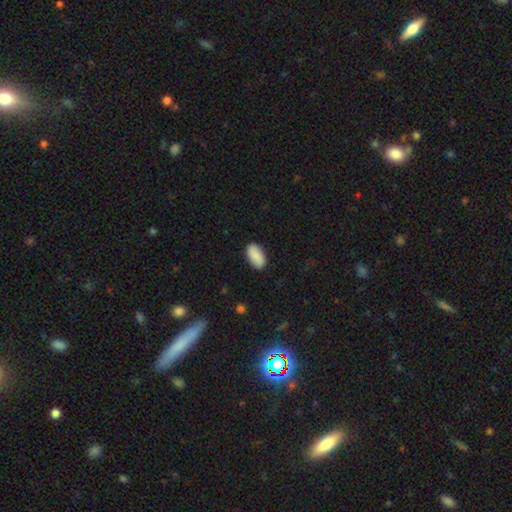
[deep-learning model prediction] smooth-or-featured: smooth: 83% | featured or disk: 11% | star or artifact: 6%
  how-rounded: in between: 94% | round: 4% | cigar-shaped: 3%
  merging: none: 86% | minor disturbance: 10% | major disturbance: 2% | merger: 1%